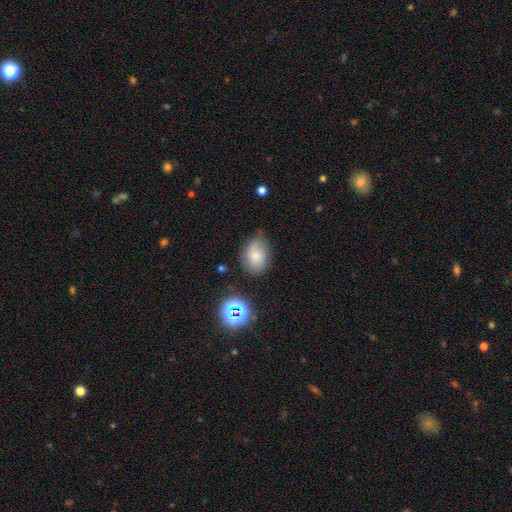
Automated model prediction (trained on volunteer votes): A smooth galaxy with no disk features (74%) that is in between round and cigar-shaped (74%). Merging: none (64%).